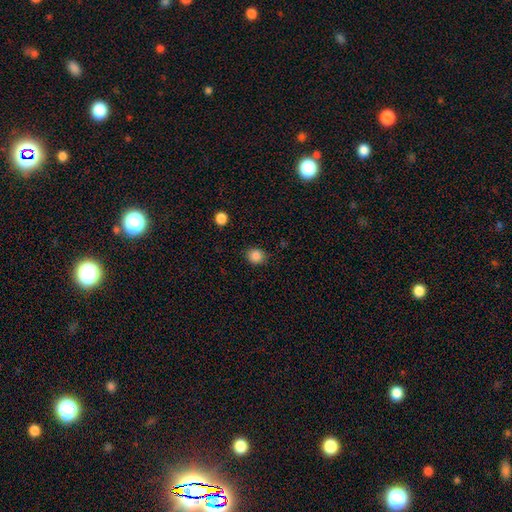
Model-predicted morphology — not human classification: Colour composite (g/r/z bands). It shows a smooth galaxy with no disk features (85%) that is round (78%). Merging: none (87%).